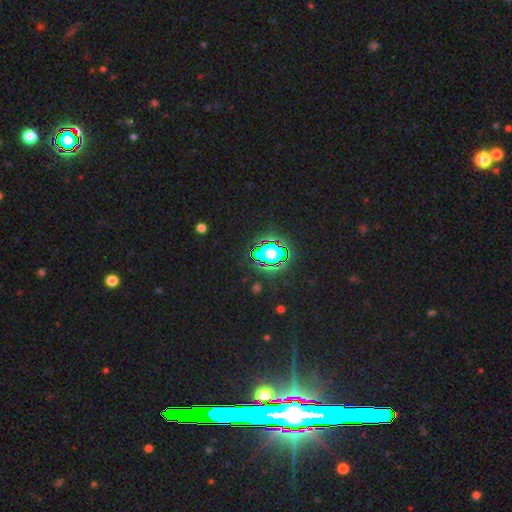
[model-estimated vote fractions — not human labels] This appears to be a star or artifact, not a galaxy (81%).